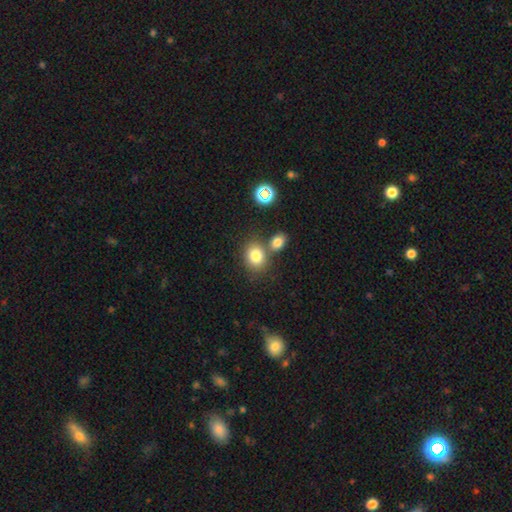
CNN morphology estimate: This is likely a smooth galaxy (79%). How rounded: possibly round (52%). Merging: possibly none (58%).